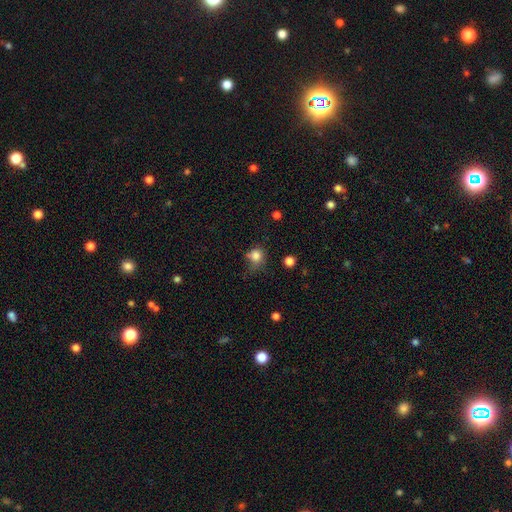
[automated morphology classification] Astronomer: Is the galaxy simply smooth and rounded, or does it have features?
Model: smooth — 80%.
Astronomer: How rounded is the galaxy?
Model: round — 73%.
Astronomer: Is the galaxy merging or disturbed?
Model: none — 49% (runner-up: minor disturbance, 32%).